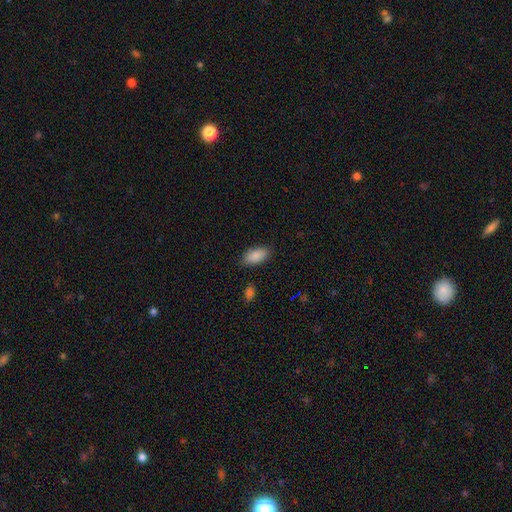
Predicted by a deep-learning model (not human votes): Smooth or featured: smooth — 89% (star or artifact — 7%)
How rounded: in between — 92% (cigar-shaped — 5%)
Merging: none — 85% (minor disturbance — 10%)